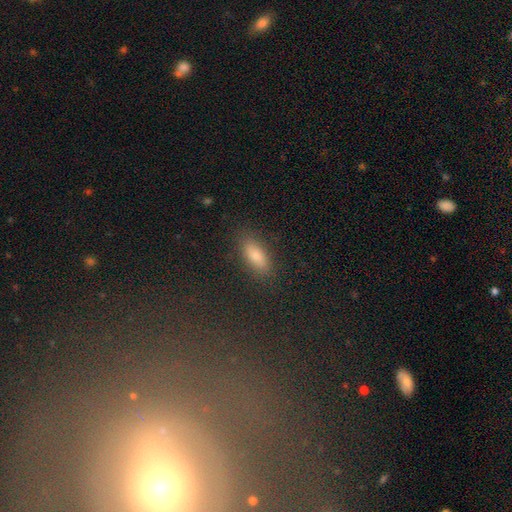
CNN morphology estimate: Smooth or featured? Predicted: smooth (p=0.81). How rounded? Predicted: in between (p=0.79). Merging? Predicted: none (p=0.85).